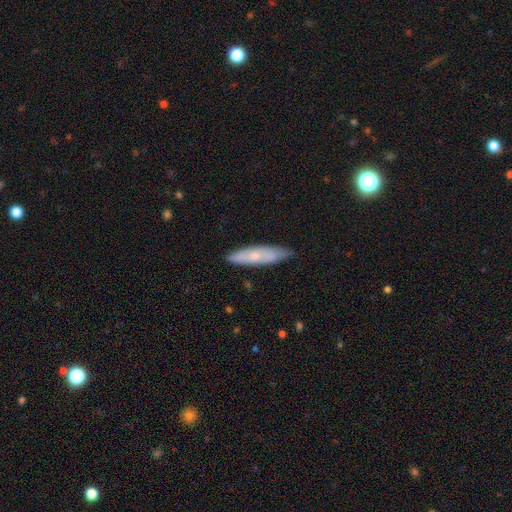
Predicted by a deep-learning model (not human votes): Smooth or featured: smooth — 58% (featured or disk — 36%)
How rounded: cigar-shaped — 75% (in between — 23%)
Merging: none — 82% (minor disturbance — 14%)